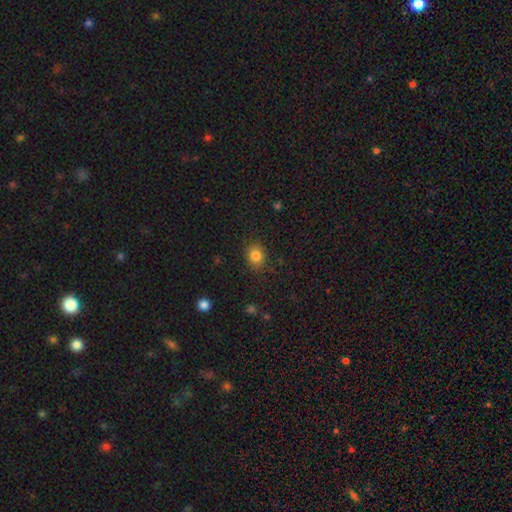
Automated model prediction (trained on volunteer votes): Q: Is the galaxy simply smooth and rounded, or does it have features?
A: smooth — 83%.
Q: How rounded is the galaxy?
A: round — 67%.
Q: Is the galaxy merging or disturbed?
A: none — 85%.